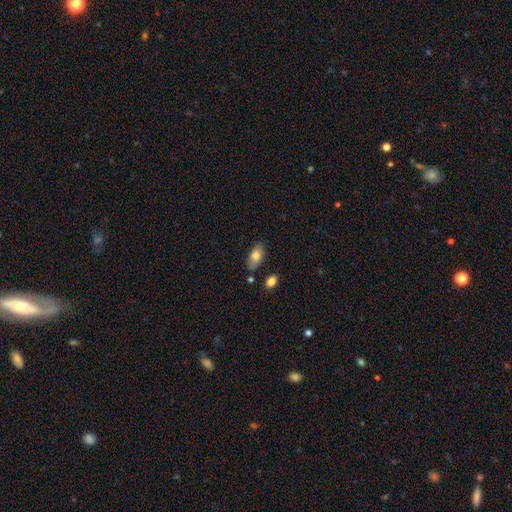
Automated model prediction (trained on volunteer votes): Smooth or featured? smooth (78%)
How rounded? in between (92%)
Merging? none (78%)